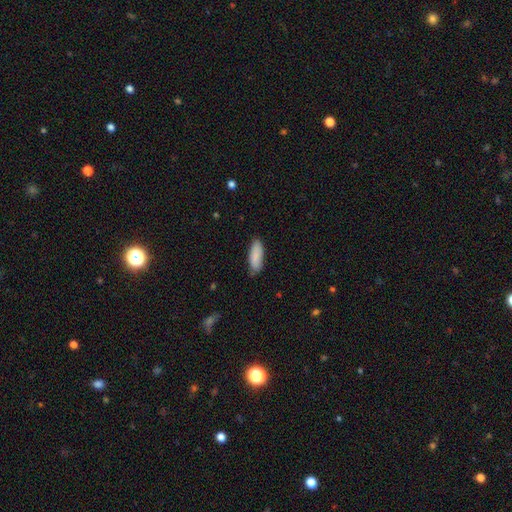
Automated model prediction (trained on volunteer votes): A smooth galaxy with no disk features (88%) that is in between round and cigar-shaped (70%). Merging: none (79%).